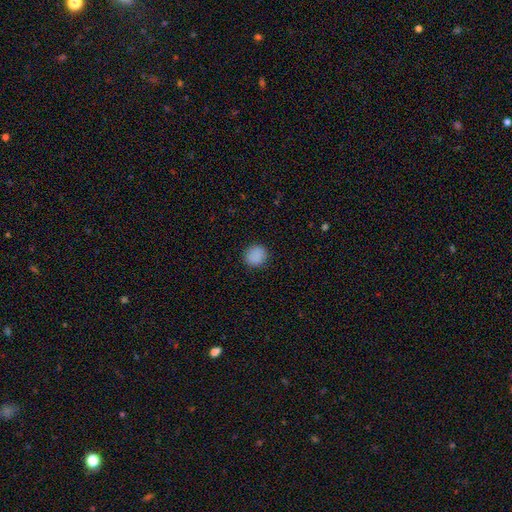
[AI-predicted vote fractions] A smooth galaxy with no disk features (88%) that is round (87%).

Vote fractions:
- Smooth or featured? smooth: 88% / star or artifact: 9% / featured or disk: 3%
- How rounded? round: 87% / in between: 12% / cigar-shaped: 1%
- Merging? none: 89% / minor disturbance: 7% / major disturbance: 2% / merger: 1%